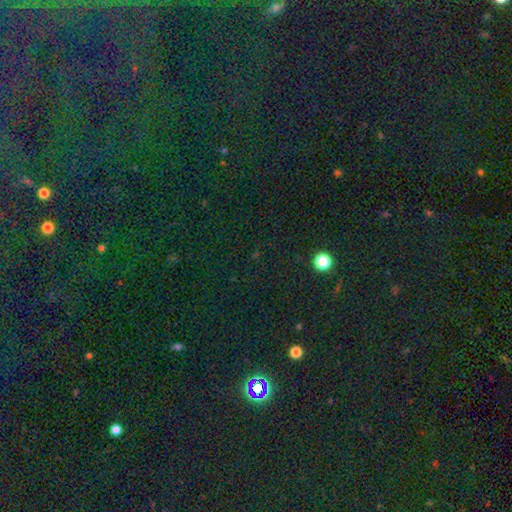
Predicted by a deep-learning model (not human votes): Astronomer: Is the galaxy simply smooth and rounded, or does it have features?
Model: star or artifact — 76%.